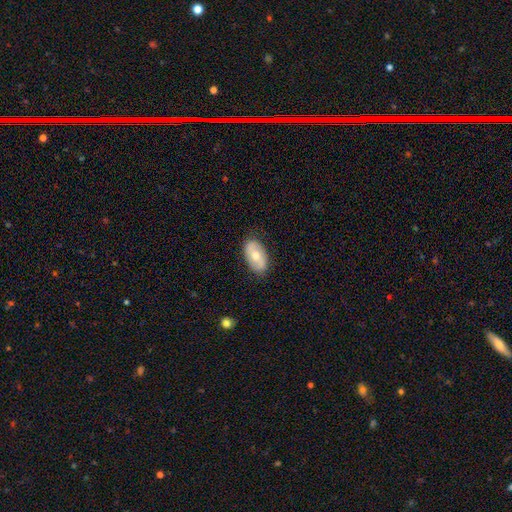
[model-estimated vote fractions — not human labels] This is possibly a smooth galaxy (58%). How rounded: clearly in between (93%). Merging: clearly none (84%).